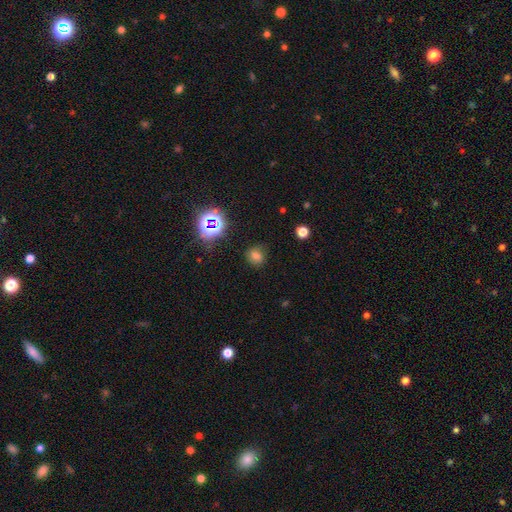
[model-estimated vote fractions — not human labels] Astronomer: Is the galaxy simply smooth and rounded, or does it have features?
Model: smooth — 66%.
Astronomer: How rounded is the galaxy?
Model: round — 77%.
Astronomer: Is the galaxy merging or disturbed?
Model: none — 79%.